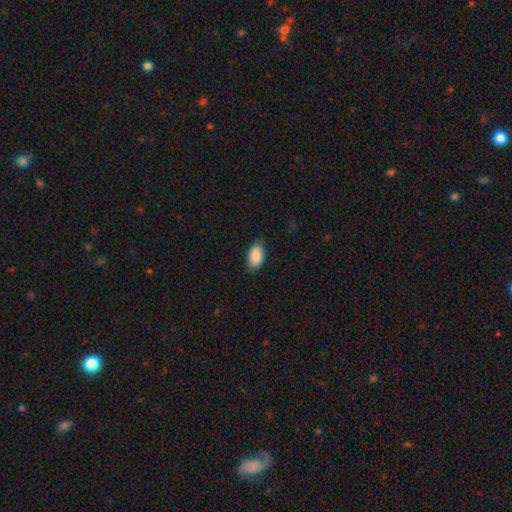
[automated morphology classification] smooth 89%, star or artifact 6%, featured or disk 5%. Down the decision tree: how rounded — in between (94%); merging — none (80%).